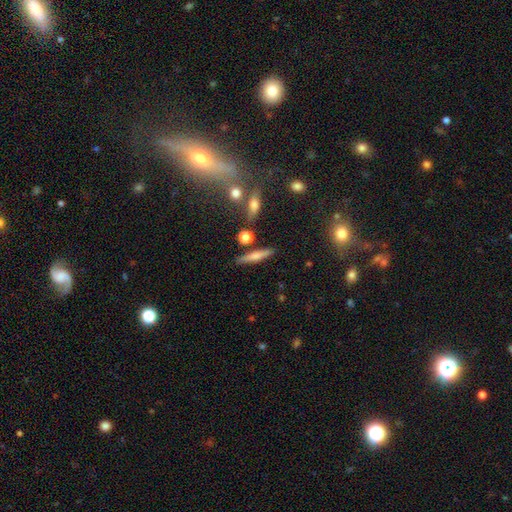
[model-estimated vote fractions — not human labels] Overall: smooth (54%; featured or disk 38%). How rounded: cigar-shaped (84%). Merging: none (83%).